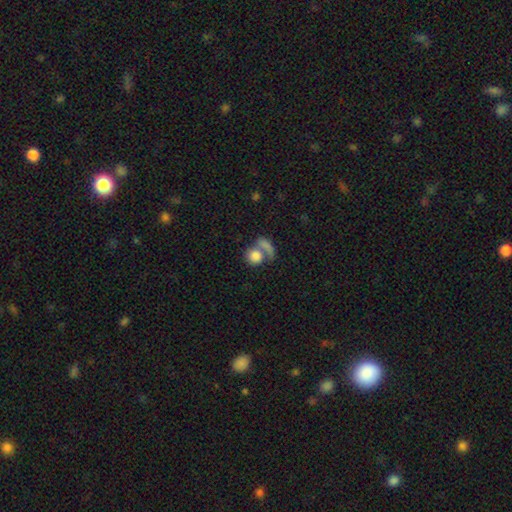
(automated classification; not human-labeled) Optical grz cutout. It shows a smooth galaxy with no disk features (80%) that is round (72%). Merging: merger (43%).